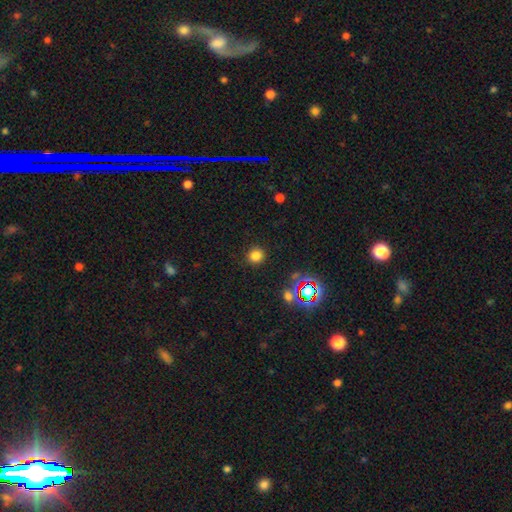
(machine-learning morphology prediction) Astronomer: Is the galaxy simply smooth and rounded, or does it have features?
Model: smooth — 77%.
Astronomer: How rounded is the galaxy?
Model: round — 92%.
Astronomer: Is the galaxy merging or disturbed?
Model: none — 89%.